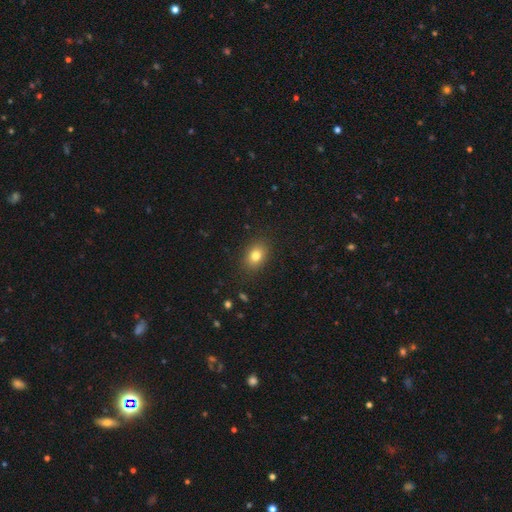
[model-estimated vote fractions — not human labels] smooth-or-featured: smooth: 81% | star or artifact: 10% | featured or disk: 9%
  how-rounded: in between: 70% | round: 28% | cigar-shaped: 1%
  merging: none: 87% | minor disturbance: 10% | major disturbance: 3% | merger: 1%